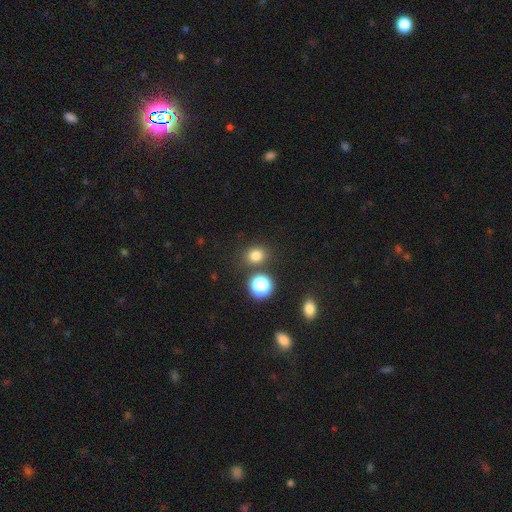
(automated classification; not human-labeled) Smooth or featured? smooth (76%)
How rounded? round (69%)
Merging? none (81%)